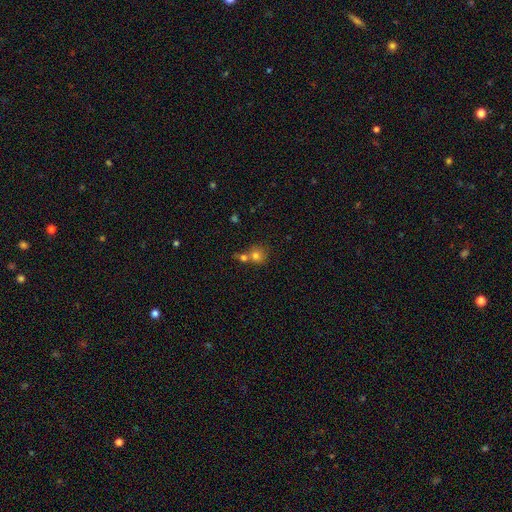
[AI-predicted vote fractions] Smooth or featured?
  - smooth: 74% *
  - featured or disk: 14%
  - star or artifact: 12%
How rounded?
  - round: 83% *
  - in between: 16%
  - cigar-shaped: 1%
Merging?
  - merger: 49% *
  - none: 39%
  - minor disturbance: 8%
  - major disturbance: 4%